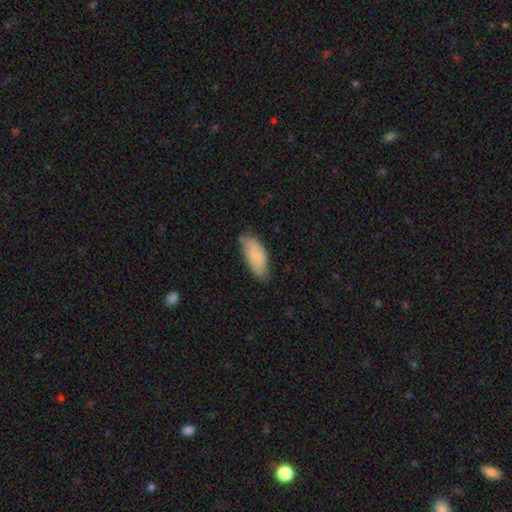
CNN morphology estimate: Smooth or featured? smooth (81%)
How rounded? in between (84%)
Merging? none (65%)